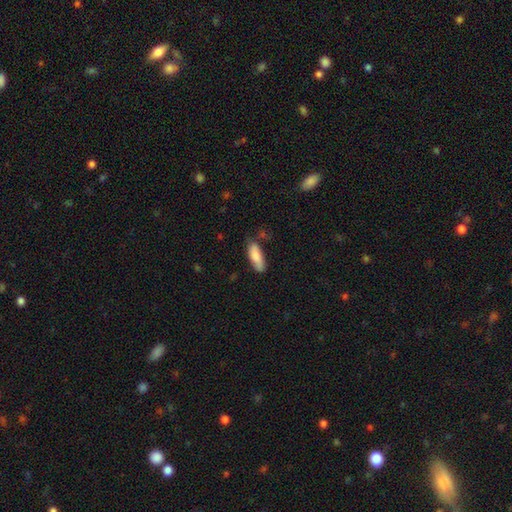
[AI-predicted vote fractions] smooth_or_featured: smooth (p=0.83) [alt: featured or disk p=0.11]
how_rounded: in between (p=0.63) [alt: cigar-shaped p=0.36]
merging: none (p=0.65) [alt: minor disturbance p=0.26]